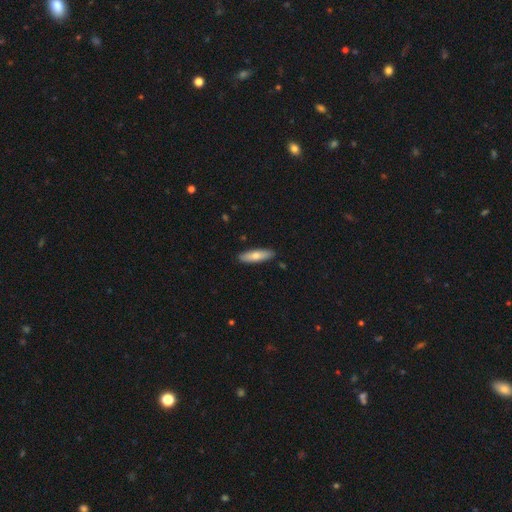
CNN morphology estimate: Smooth or featured? Predicted: smooth (p=0.69). How rounded? Predicted: cigar-shaped (p=0.62). Merging? Predicted: none (p=0.89).